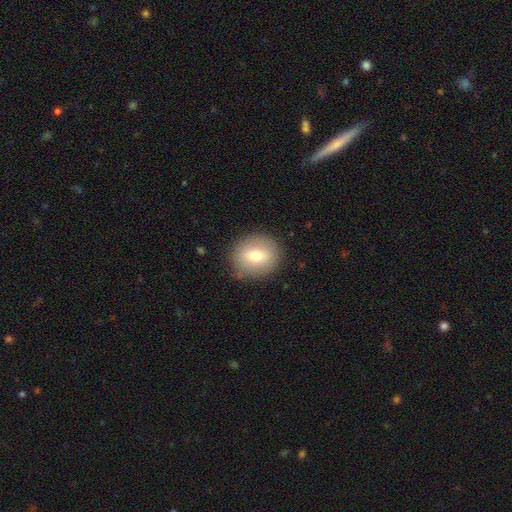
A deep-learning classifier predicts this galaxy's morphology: Smooth or featured?
  - smooth: 68% *
  - featured or disk: 23%
  - star or artifact: 9%
How rounded?
  - round: 81% *
  - in between: 18%
  - cigar-shaped: 1%
Merging?
  - none: 86% *
  - minor disturbance: 10%
  - major disturbance: 3%
  - merger: 1%